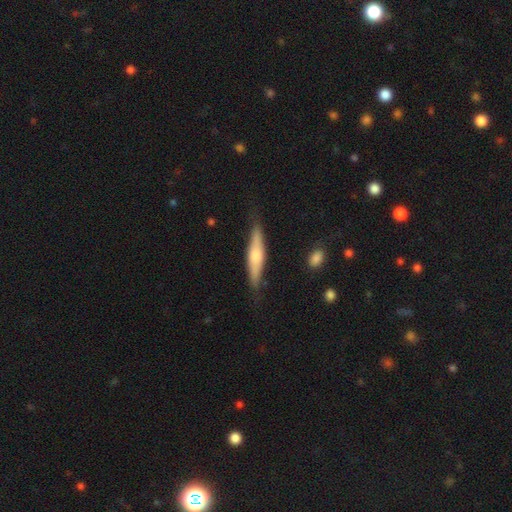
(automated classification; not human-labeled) Overall: featured or disk (51%; smooth 44%). Edge-on disk: yes (91%). Merging: none (80%).